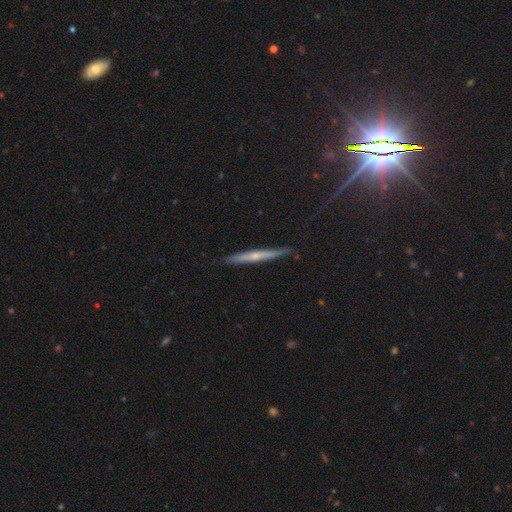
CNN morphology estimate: A featured or disk galaxy (58%) viewed edge-on (96%) with a rounded central bulge (55%). Merging: none (87%).